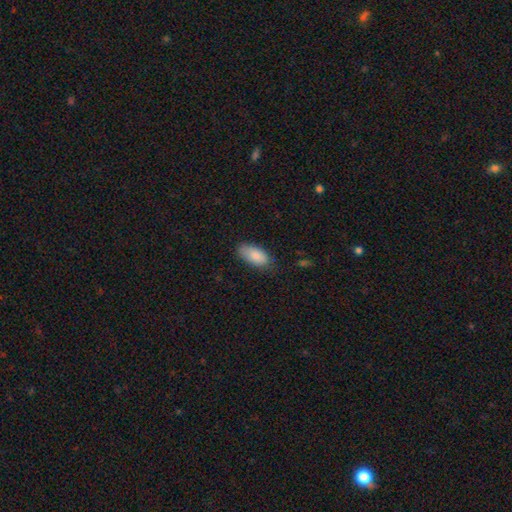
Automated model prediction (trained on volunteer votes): smooth-or-featured: smooth: 87% | featured or disk: 7% | star or artifact: 7%
  how-rounded: in between: 91% | cigar-shaped: 7% | round: 2%
  merging: none: 73% | minor disturbance: 22% | major disturbance: 4% | merger: 1%